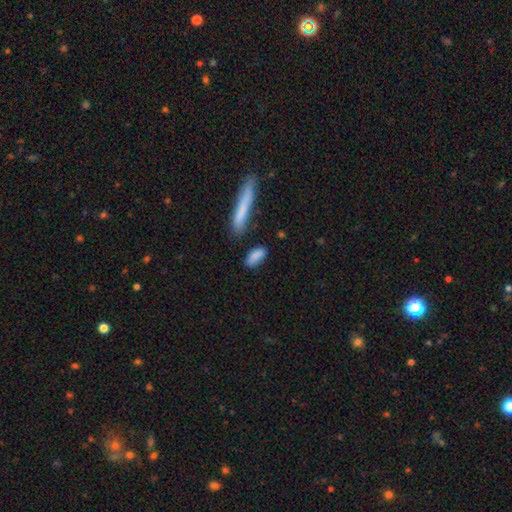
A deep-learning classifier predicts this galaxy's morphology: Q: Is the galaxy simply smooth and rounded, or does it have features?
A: smooth — 85%.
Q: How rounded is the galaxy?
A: in between — 71%.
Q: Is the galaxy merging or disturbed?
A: none — 74%.